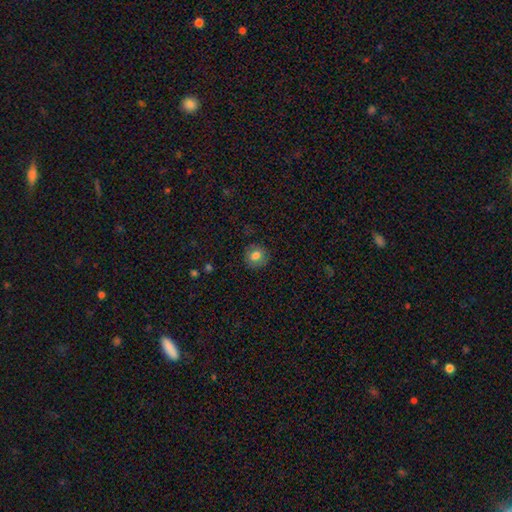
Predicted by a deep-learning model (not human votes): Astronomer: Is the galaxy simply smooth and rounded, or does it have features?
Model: smooth — 78%.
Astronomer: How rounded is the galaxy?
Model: round — 81%.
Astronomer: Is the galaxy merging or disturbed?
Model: none — 85%.